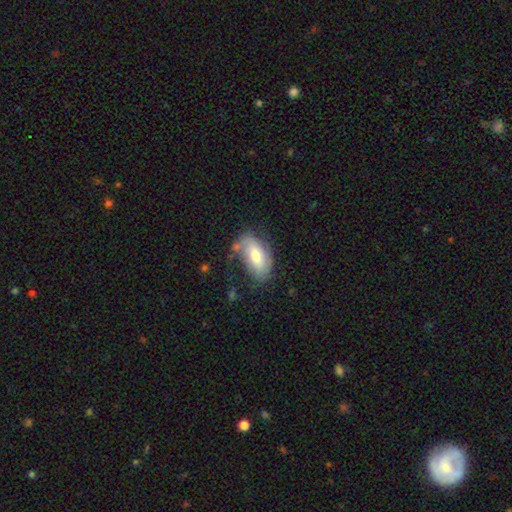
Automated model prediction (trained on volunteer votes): Overall: smooth (65%; featured or disk 28%). How rounded: in between (92%). Merging: none (57%; minor disturbance 27%).